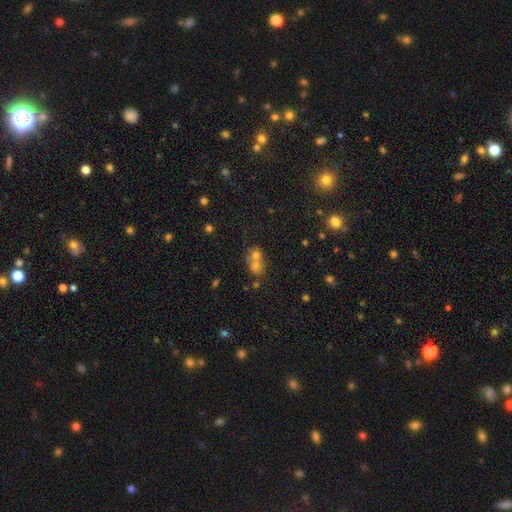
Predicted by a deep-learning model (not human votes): smooth_or_featured: smooth (p=0.51) [alt: star or artifact p=0.37]
how_rounded: round (p=0.62) [alt: in between p=0.36]
merging: none (p=0.47) [alt: merger p=0.39]